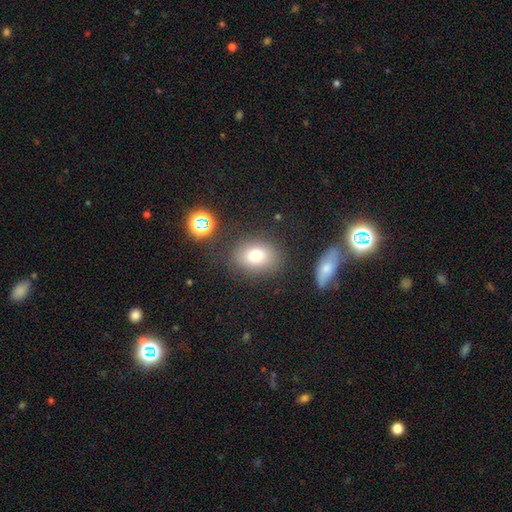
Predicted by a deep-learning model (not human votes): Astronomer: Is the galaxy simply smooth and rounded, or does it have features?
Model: smooth — 77%.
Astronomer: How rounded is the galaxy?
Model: in between — 55% (runner-up: round, 44%).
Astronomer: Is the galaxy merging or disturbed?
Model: none — 81%.